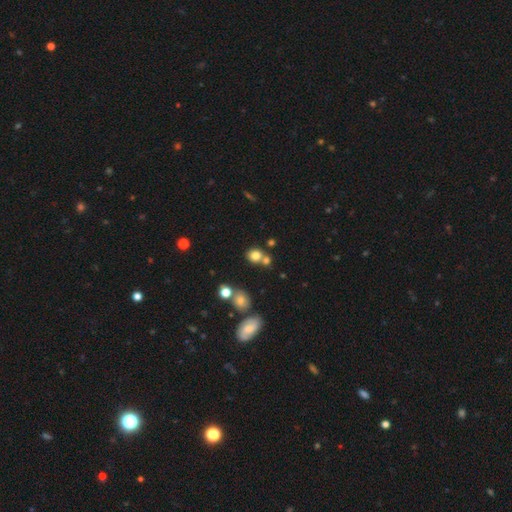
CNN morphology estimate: smooth_or_featured: smooth (p=0.78) [alt: star or artifact p=0.14]
how_rounded: round (p=0.77) [alt: in between p=0.22]
merging: none (p=0.57) [alt: merger p=0.30]